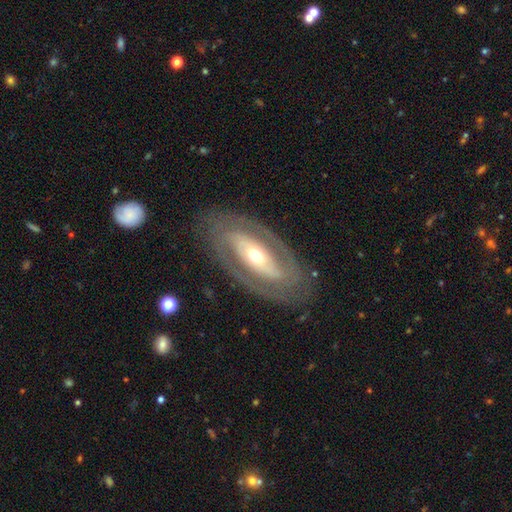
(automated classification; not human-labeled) Q: Smooth or featured?
A: featured or disk (84%); runner-up: smooth (12%)
Q: Edge-on disk?
A: no (92%); runner-up: yes (8%)
Q: Bar?
A: no (39%); runner-up: strong (33%)
Q: Spiral arms?
A: yes (83%); runner-up: no (17%)
Q: Spiral winding?
A: tight (54%); runner-up: medium (35%)
Q: Spiral arm count?
A: 2 (79%); runner-up: can't tell (12%)
Q: Bulge size?
A: moderate (64%); runner-up: small (25%)
Q: Merging?
A: none (81%); runner-up: minor disturbance (12%)